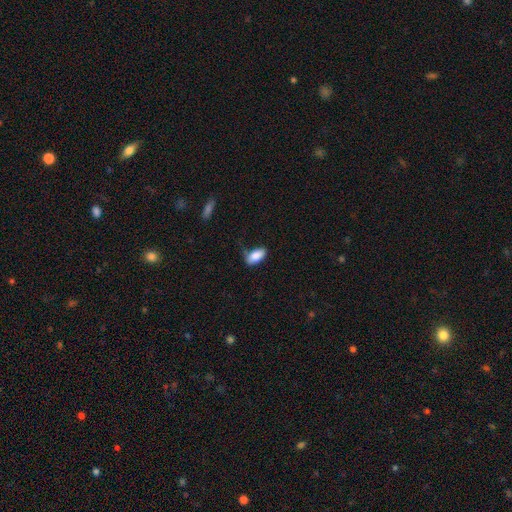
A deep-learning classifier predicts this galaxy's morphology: smooth_or_featured: smooth (p=0.86) [alt: featured or disk p=0.07]
how_rounded: in between (p=0.93) [alt: cigar-shaped p=0.04]
merging: none (p=0.59) [alt: minor disturbance p=0.28]